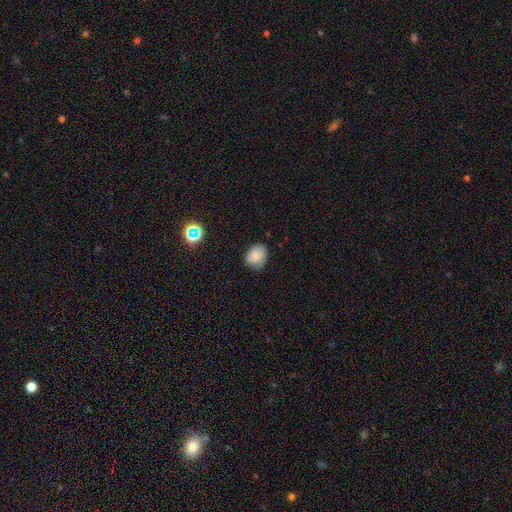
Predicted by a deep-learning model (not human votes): A smooth galaxy with no disk features (78%) that is in between round and cigar-shaped (51%). Merging: none (68%).